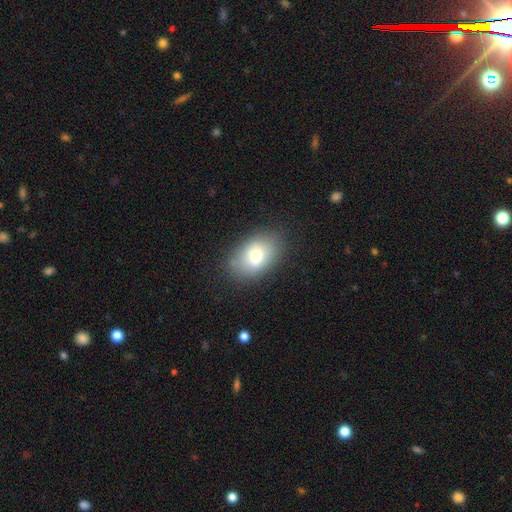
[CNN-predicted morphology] Smooth or featured: smooth — 73% (featured or disk — 17%)
How rounded: in between — 87% (round — 11%)
Merging: none — 81% (minor disturbance — 13%)